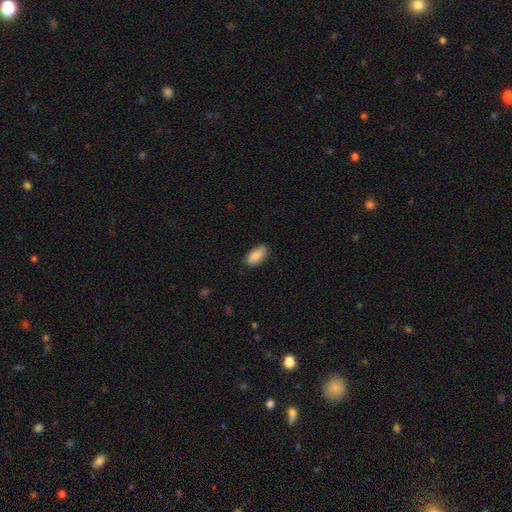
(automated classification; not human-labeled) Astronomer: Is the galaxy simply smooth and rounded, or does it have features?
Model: smooth — 88%.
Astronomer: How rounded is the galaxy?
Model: in between — 92%.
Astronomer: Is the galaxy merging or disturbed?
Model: none — 82%.